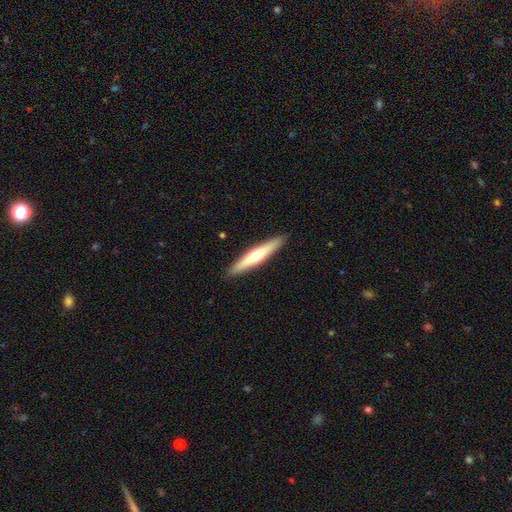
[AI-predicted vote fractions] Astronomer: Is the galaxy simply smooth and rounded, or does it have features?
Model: featured or disk — 49% (runner-up: smooth, 46%).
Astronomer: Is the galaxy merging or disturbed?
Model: none — 91%.